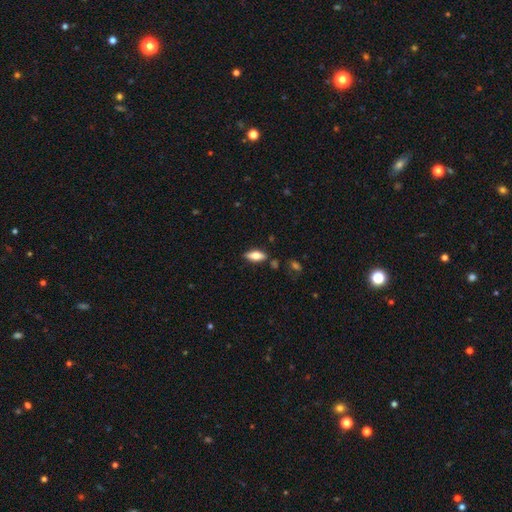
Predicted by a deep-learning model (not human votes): Q: Smooth or featured?
A: smooth (65%); runner-up: featured or disk (28%)
Q: How rounded?
A: in between (75%); runner-up: cigar-shaped (22%)
Q: Merging?
A: none (83%); runner-up: minor disturbance (11%)